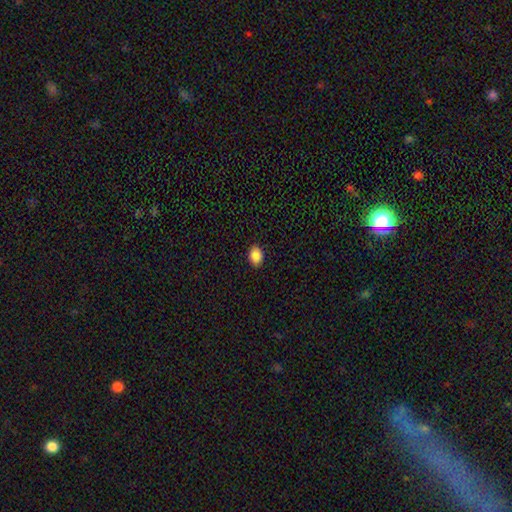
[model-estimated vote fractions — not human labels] Smooth or featured: smooth — 88% (star or artifact — 8%)
How rounded: in between — 68% (round — 31%)
Merging: none — 90% (minor disturbance — 8%)